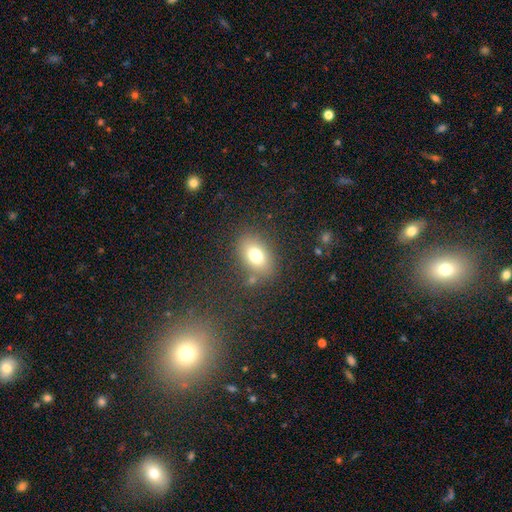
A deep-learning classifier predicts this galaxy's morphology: Smooth or featured? Predicted: smooth (p=0.75). How rounded? Predicted: in between (p=0.75). Merging? Predicted: none (p=0.79).